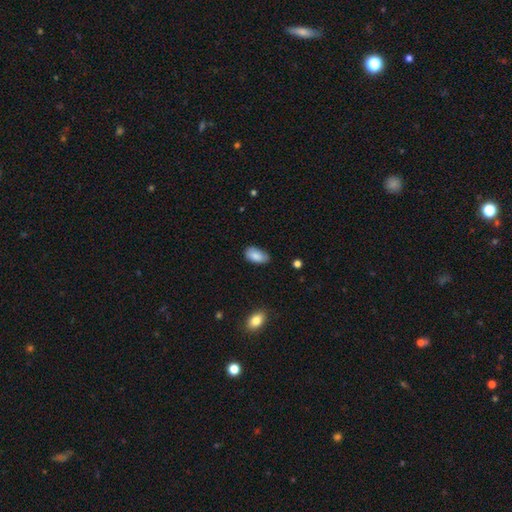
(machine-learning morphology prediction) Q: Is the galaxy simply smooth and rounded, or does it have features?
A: smooth — 86%.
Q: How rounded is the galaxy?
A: in between — 94%.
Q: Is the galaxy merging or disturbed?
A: none — 65%.